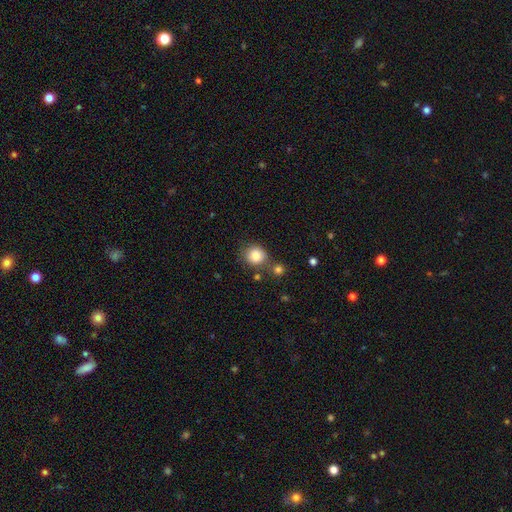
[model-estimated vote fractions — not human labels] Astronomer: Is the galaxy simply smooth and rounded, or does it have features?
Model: smooth — 84%.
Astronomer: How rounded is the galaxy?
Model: round — 85%.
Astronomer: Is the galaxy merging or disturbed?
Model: none — 68%.